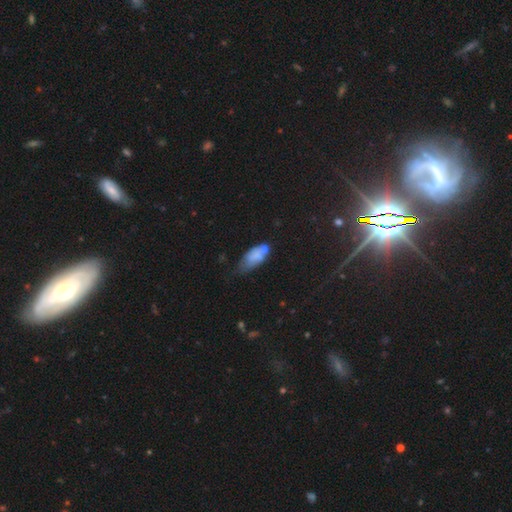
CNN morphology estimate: Smooth or featured? Predicted: smooth (p=0.70). How rounded? Predicted: in between (p=0.86). Merging? Predicted: minor disturbance (p=0.37).